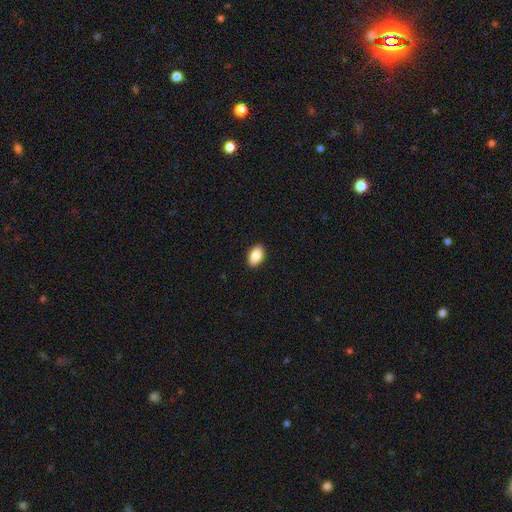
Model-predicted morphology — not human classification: type=smooth (87%); roundness=in between (92%); merging=none (91%).